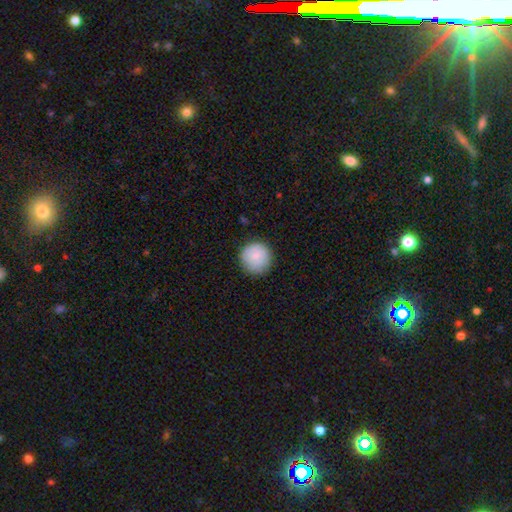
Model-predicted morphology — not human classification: A smooth galaxy with no disk features (84%) that is round (95%).

Vote fractions:
- Smooth or featured? smooth: 84% / featured or disk: 9% / star or artifact: 7%
- How rounded? round: 95% / in between: 4% / cigar-shaped: 1%
- Merging? none: 86% / minor disturbance: 11% / major disturbance: 2% / merger: 1%